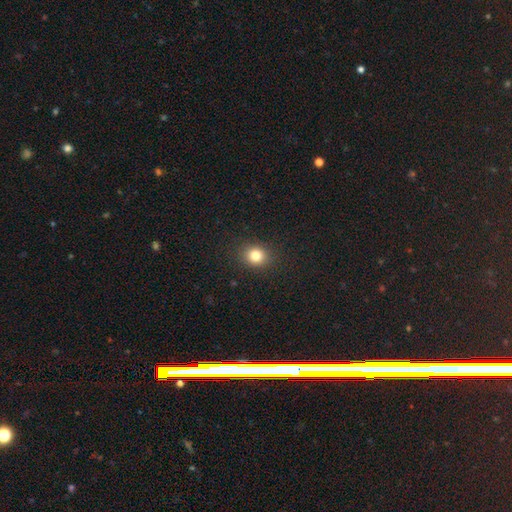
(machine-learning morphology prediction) Q: Smooth or featured?
A: smooth (82%); runner-up: star or artifact (12%)
Q: How rounded?
A: round (75%); runner-up: in between (24%)
Q: Merging?
A: none (89%); runner-up: minor disturbance (7%)